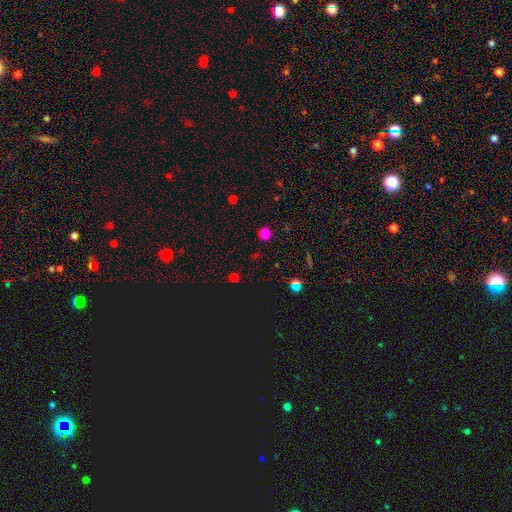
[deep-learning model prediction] Smooth or featured? Predicted: smooth (p=0.56). How rounded? Predicted: round (p=0.89). Merging? Predicted: none (p=0.88).